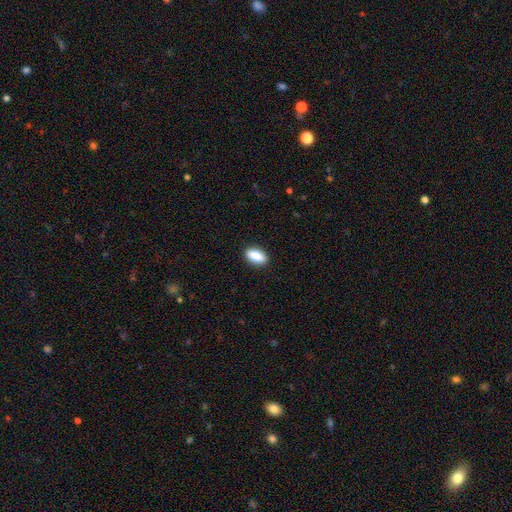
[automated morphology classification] smooth 85%, featured or disk 8%, star or artifact 7%. Down the decision tree: how rounded — in between (87%); merging — none (89%).